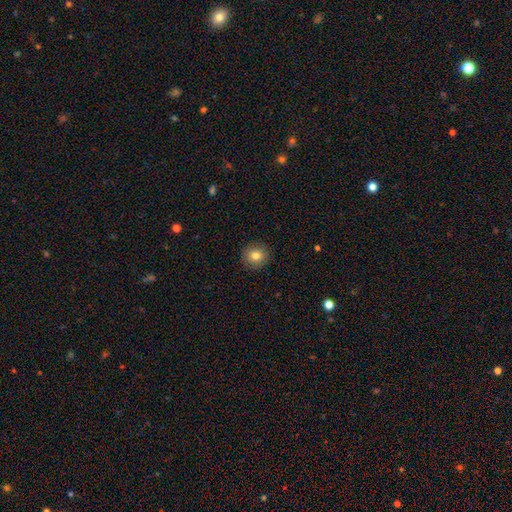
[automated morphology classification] Smooth or featured? Predicted: smooth (p=0.79). How rounded? Predicted: round (p=0.91). Merging? Predicted: none (p=0.91).